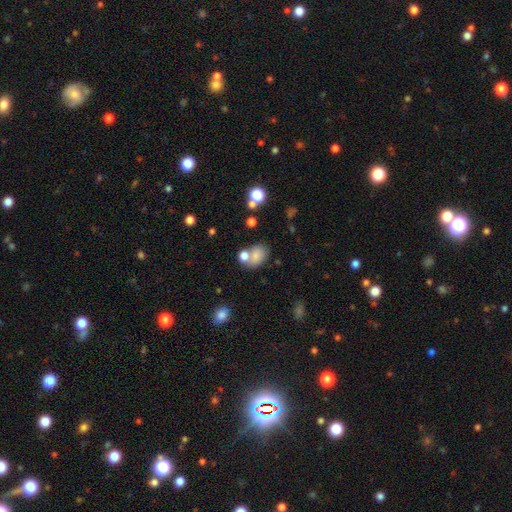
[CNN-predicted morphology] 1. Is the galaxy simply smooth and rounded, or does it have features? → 76% smooth, 12% star or artifact, 12% featured or disk.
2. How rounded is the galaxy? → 67% in between, 32% round, 1% cigar-shaped.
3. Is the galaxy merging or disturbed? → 53% none, 26% merger, 15% minor disturbance, 6% major disturbance.